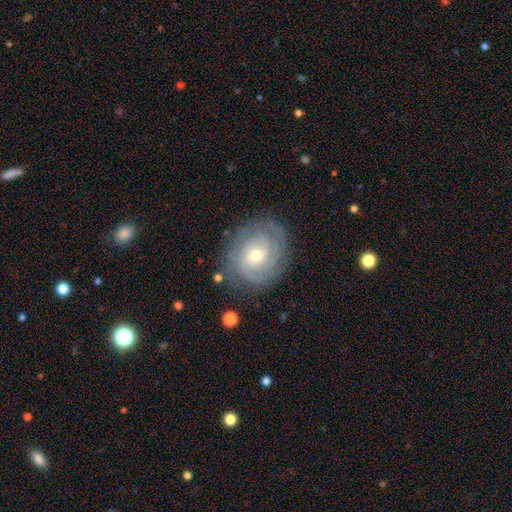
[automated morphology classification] featured or disk 76%, smooth 17%, star or artifact 7%. Down the decision tree: edge-on disk — no (97%); bar — no (69%); spiral arms — yes (90%); spiral arm count — can't tell (41%); spiral winding — tight (71%); bulge size — small (52%); merging — none (78%).